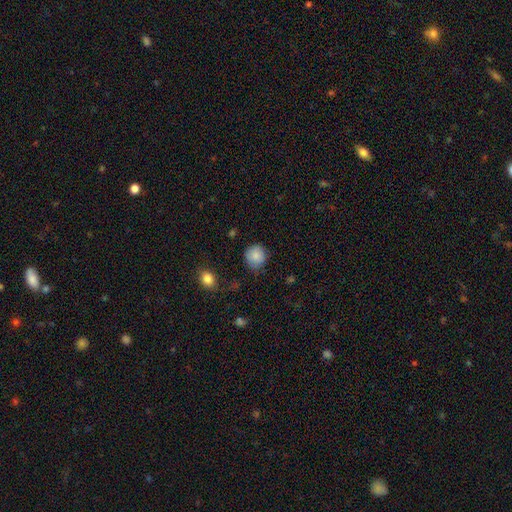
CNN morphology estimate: Smooth or featured? Predicted: smooth (p=0.86). How rounded? Predicted: round (p=0.89). Merging? Predicted: none (p=0.80).